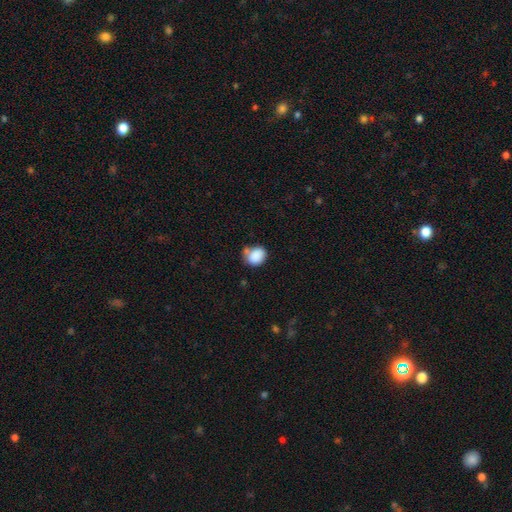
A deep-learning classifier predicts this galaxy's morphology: Q: Smooth or featured?
A: smooth (87%); runner-up: star or artifact (8%)
Q: How rounded?
A: round (53%); runner-up: in between (47%)
Q: Merging?
A: none (55%); runner-up: minor disturbance (23%)